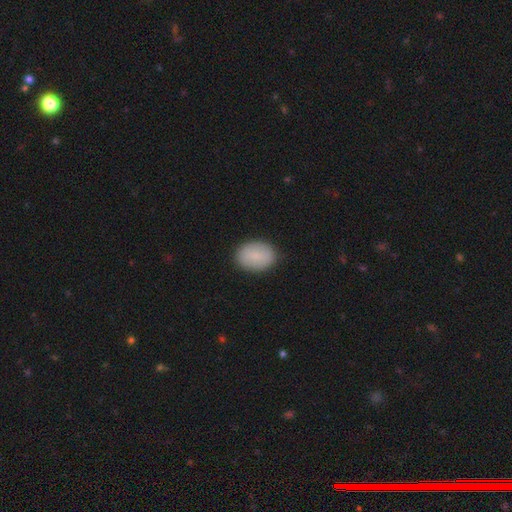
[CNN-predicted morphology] Smooth or featured? Predicted: smooth (p=0.82). How rounded? Predicted: in between (p=0.73). Merging? Predicted: none (p=0.88).